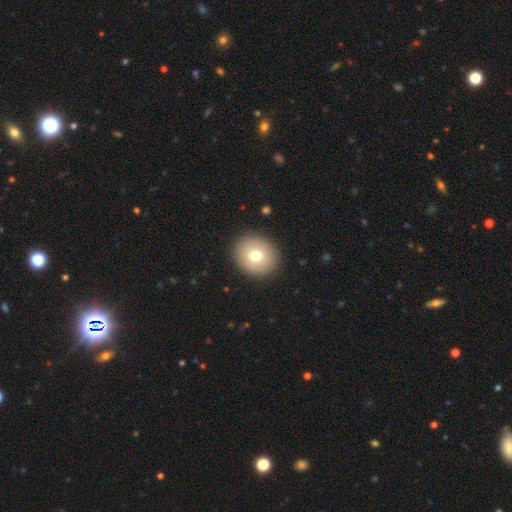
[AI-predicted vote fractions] This is likely a smooth galaxy (73%). How rounded: clearly round (81%). Merging: clearly none (90%).